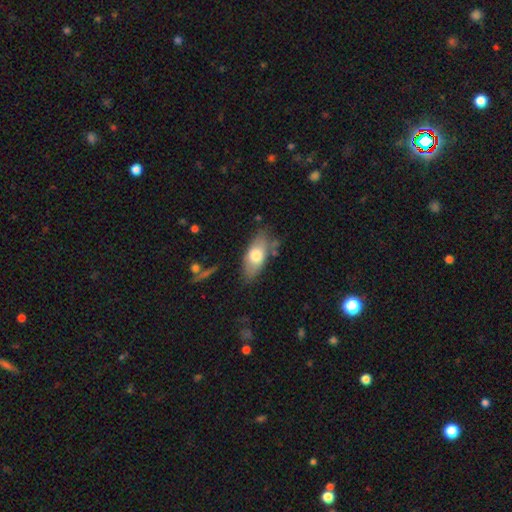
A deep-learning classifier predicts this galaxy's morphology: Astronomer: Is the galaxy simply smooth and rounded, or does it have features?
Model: smooth — 71%.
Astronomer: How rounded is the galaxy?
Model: in between — 85%.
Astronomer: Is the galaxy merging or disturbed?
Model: none — 72%.